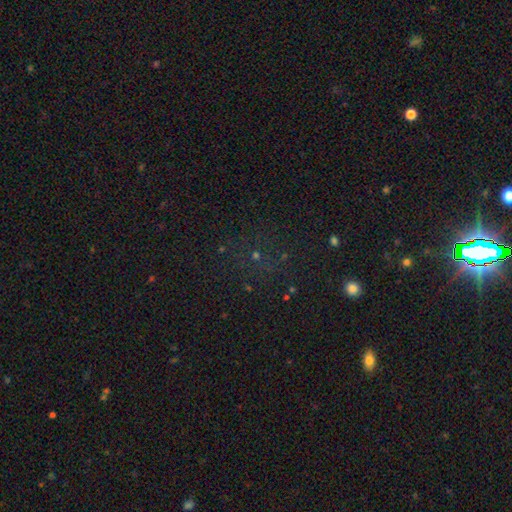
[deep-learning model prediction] Smooth or featured? star or artifact (60%)